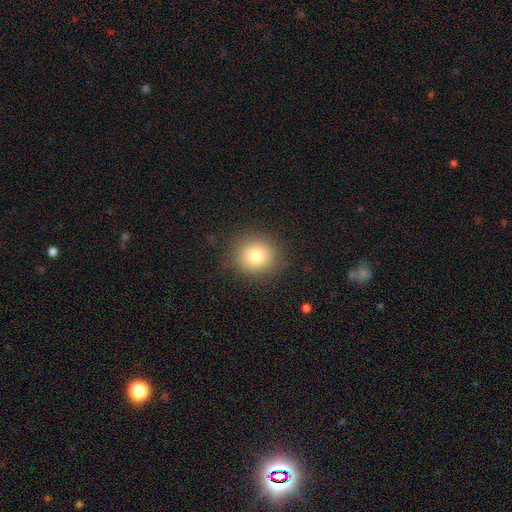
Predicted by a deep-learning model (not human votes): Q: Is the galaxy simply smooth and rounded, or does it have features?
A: smooth — 78%.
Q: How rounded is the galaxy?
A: round — 87%.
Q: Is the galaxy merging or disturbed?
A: none — 89%.